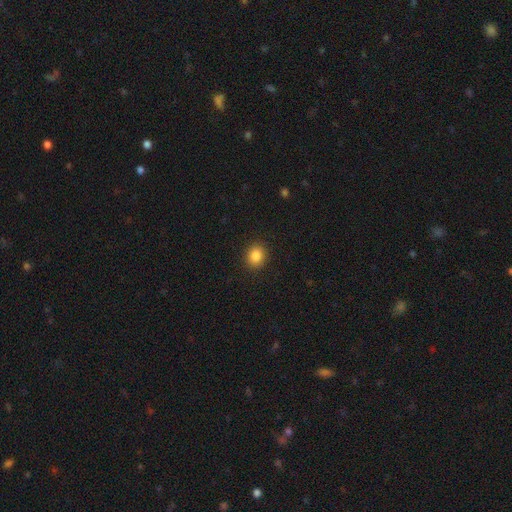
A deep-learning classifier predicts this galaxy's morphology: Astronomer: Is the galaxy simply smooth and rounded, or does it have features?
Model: smooth — 85%.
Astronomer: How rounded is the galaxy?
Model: round — 70%.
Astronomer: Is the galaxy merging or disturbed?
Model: none — 91%.